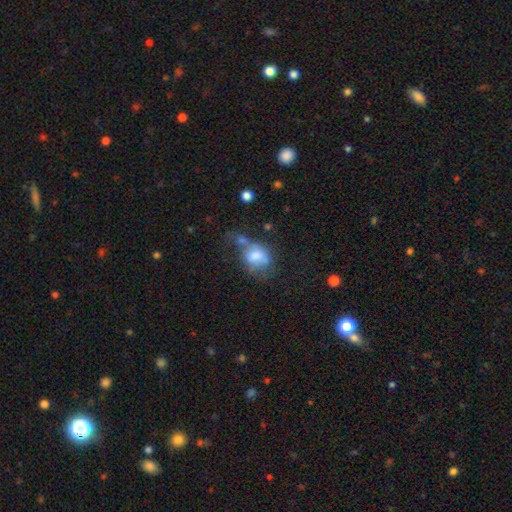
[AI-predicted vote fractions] Smooth or featured? smooth (59%)
How rounded? in between (62%)
Merging? major disturbance (29%)